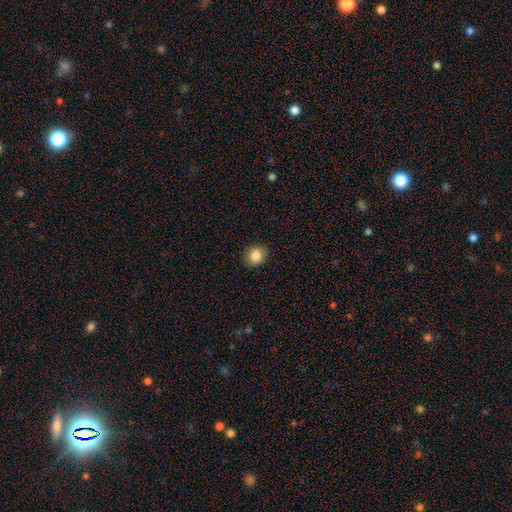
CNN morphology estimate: Smooth or featured: smooth — 85% (star or artifact — 9%)
How rounded: round — 73% (in between — 26%)
Merging: none — 88% (minor disturbance — 9%)